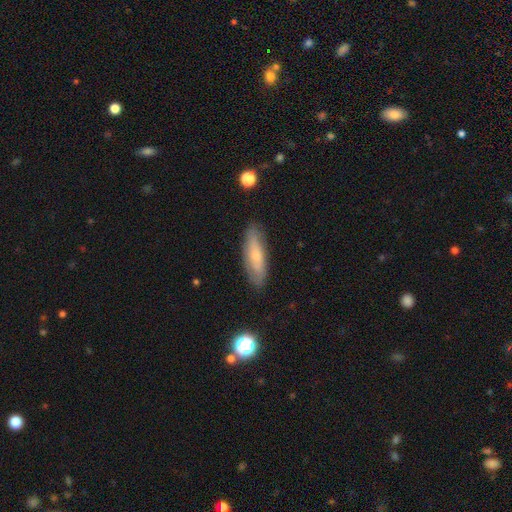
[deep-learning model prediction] This is likely a smooth galaxy (63%). How rounded: possibly cigar-shaped (53%). Merging: clearly none (82%).